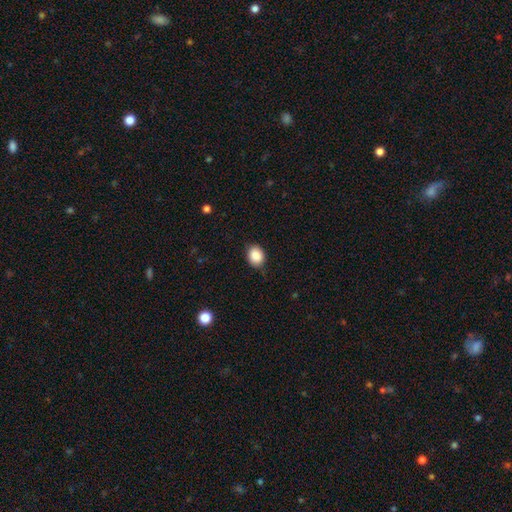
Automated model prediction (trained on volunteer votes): A smooth galaxy with no disk features (89%) that is in between round and cigar-shaped (52%). Merging: none (81%).